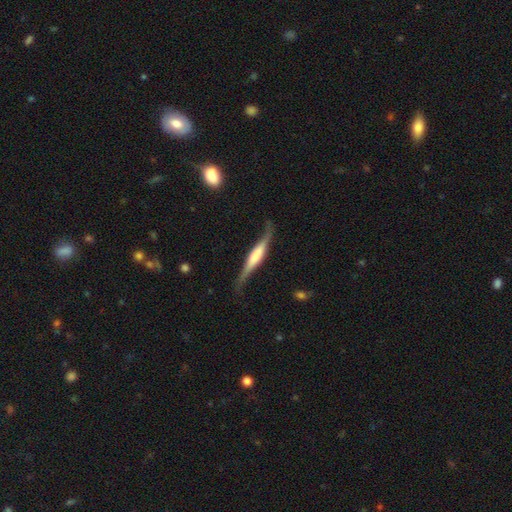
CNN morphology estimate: smooth_or_featured: featured or disk (p=0.67) [alt: smooth p=0.28]
disk_edge_on: yes (p=0.85) [alt: no p=0.15]
edge_on_bulge: boxy (p=0.47) [alt: rounded p=0.34]
merging: none (p=0.65) [alt: minor disturbance p=0.24]